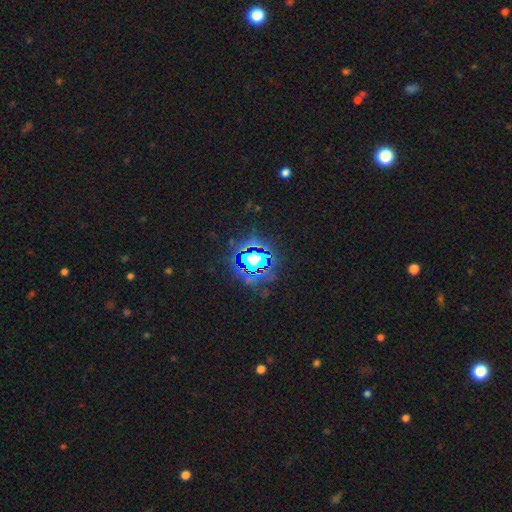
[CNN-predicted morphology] Smooth or featured? star or artifact (61%)